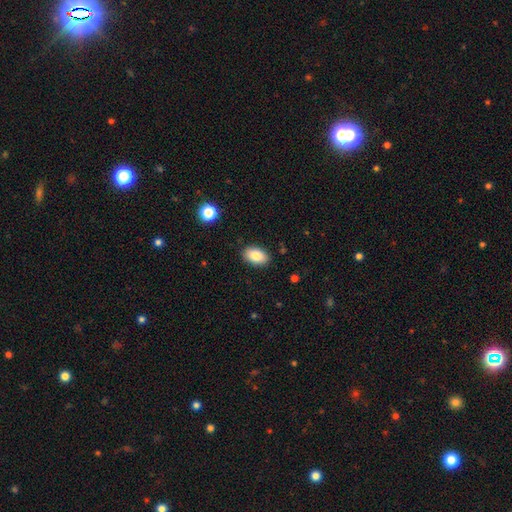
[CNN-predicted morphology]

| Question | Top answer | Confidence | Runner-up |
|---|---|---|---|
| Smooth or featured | smooth | 84% | featured or disk (8%) |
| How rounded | in between | 91% | round (8%) |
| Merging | none | 87% | minor disturbance (9%) |